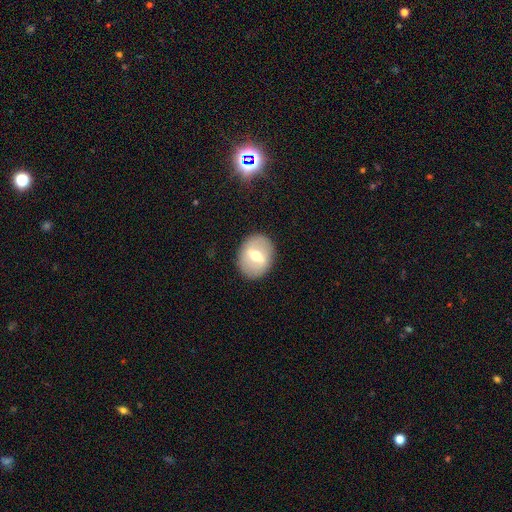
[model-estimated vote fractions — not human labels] A featured or disk galaxy (52%). Merging: none (87%).